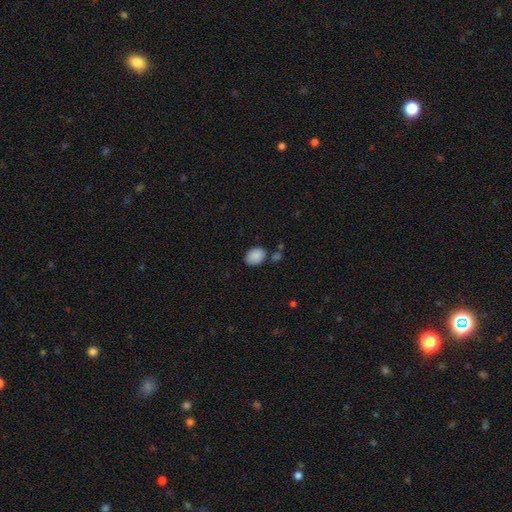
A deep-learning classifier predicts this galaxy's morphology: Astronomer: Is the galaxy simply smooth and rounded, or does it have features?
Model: smooth — 88%.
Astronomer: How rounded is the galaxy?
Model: in between — 71%.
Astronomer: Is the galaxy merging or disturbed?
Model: none — 71%.